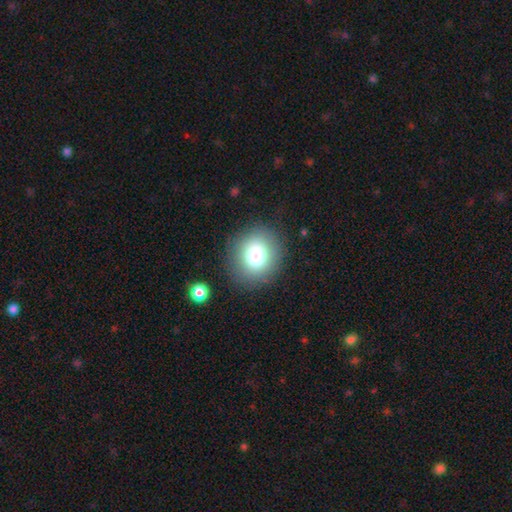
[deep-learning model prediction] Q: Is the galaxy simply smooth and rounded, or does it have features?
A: smooth — 77%.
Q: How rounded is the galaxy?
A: round — 80%.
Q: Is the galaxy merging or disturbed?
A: none — 86%.